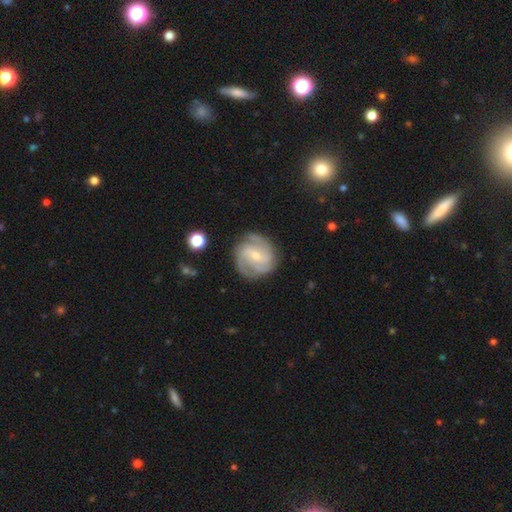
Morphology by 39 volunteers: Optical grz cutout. It shows a featured or disk galaxy (95%) with a weak bar (57%), 3 (49%) tight (57%) spiral arms (95%) and a small central bulge (51%). Merging: none (82%).